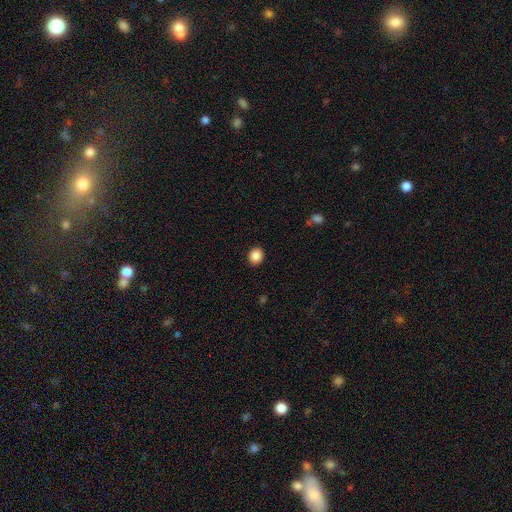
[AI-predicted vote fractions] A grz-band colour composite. It shows a smooth galaxy with no disk features (88%) that is round (74%). Merging: none (91%).